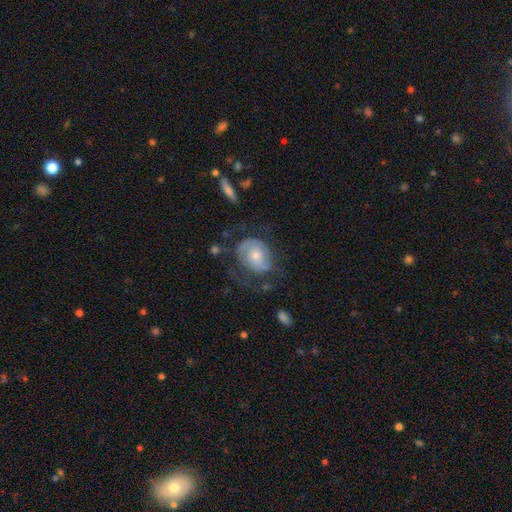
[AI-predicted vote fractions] Overall: featured or disk (55%; smooth 38%). Edge-on disk: no (96%). Bar: no (76%). Spiral arms: yes (70%; no 30%). Bulge size: small (50%; moderate 43%). Merging: none (44%; major disturbance 29%).